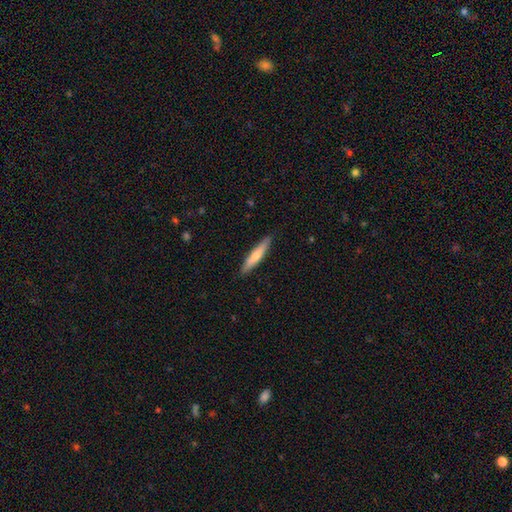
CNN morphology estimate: Smooth or featured: smooth — 65% (featured or disk — 30%)
How rounded: cigar-shaped — 90% (in between — 9%)
Merging: none — 89% (minor disturbance — 8%)